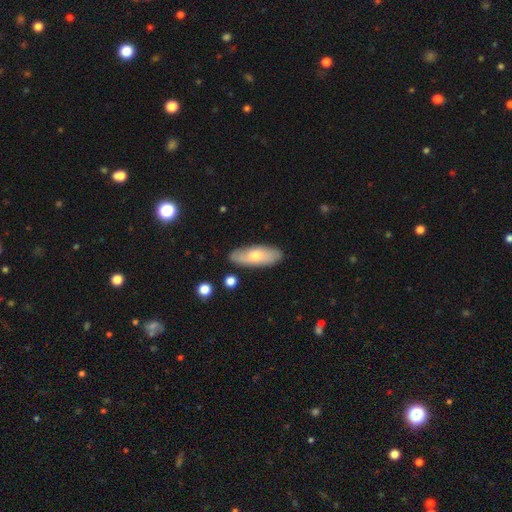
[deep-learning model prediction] Overall: smooth (60%; featured or disk 34%). How rounded: in between (70%). Merging: none (83%).